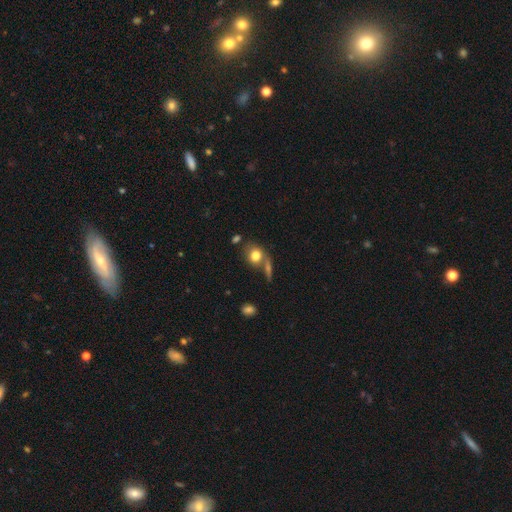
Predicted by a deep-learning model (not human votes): Q: Smooth or featured?
A: smooth (77%); runner-up: featured or disk (13%)
Q: How rounded?
A: round (64%); runner-up: in between (34%)
Q: Merging?
A: none (57%); runner-up: merger (24%)